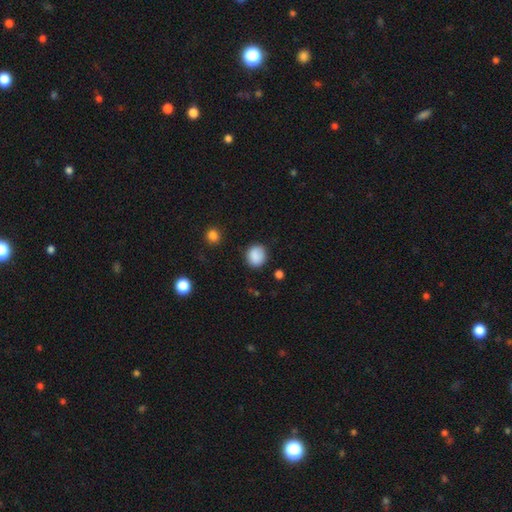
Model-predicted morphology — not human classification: The model was most divided on "how rounded": round: 70%, in between: 29%, cigar-shaped: 1%. More confident: smooth or featured — smooth (87%); merging — none (82%).